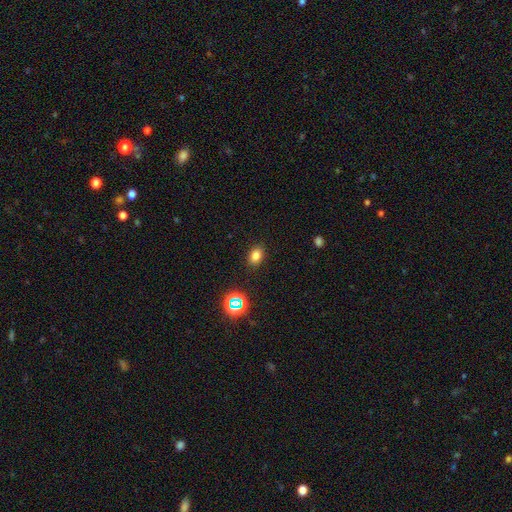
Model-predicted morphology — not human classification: smooth-or-featured: smooth: 78% | star or artifact: 16% | featured or disk: 6%
  how-rounded: in between: 75% | round: 24% | cigar-shaped: 1%
  merging: none: 87% | minor disturbance: 9% | major disturbance: 3% | merger: 1%